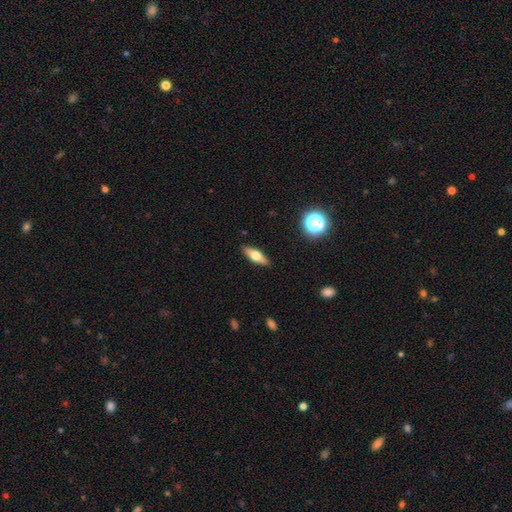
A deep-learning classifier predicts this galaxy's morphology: Smooth or featured? smooth (52%)
How rounded? in between (54%)
Merging? none (89%)